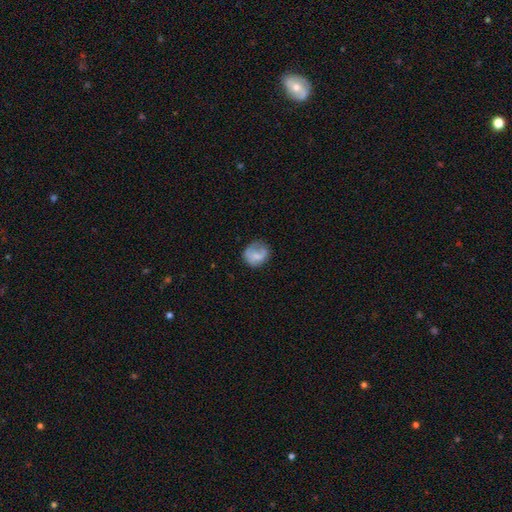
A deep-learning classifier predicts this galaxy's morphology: Q: Smooth or featured?
A: smooth (68%); runner-up: featured or disk (24%)
Q: How rounded?
A: round (74%); runner-up: in between (25%)
Q: Merging?
A: none (56%); runner-up: minor disturbance (27%)